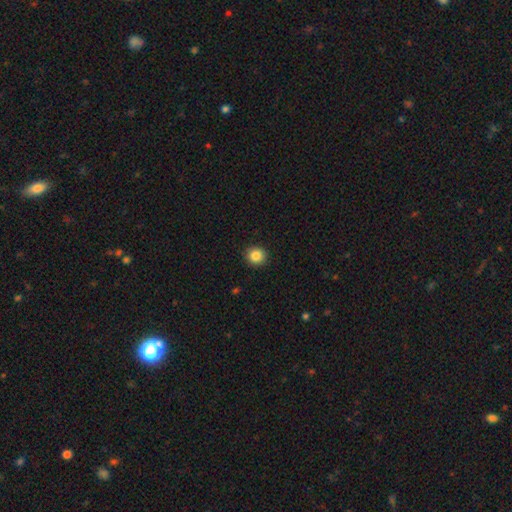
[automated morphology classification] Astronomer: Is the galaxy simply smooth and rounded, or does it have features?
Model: smooth — 86%.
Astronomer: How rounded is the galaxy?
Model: round — 91%.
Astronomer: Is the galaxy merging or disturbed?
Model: none — 92%.